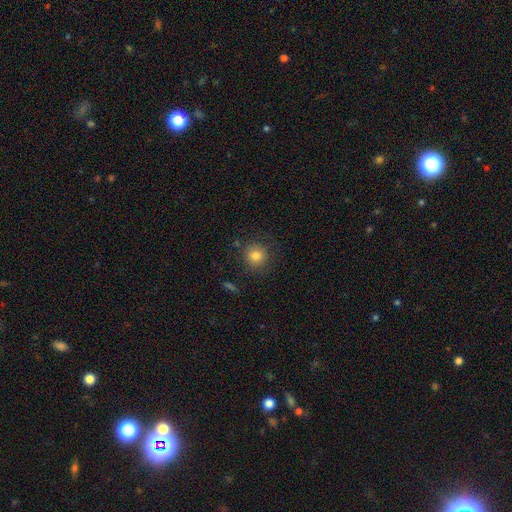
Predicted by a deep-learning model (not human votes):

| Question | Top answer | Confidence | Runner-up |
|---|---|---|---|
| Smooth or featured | smooth | 80% | star or artifact (12%) |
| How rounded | round | 92% | in between (7%) |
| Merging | none | 85% | minor disturbance (10%) |